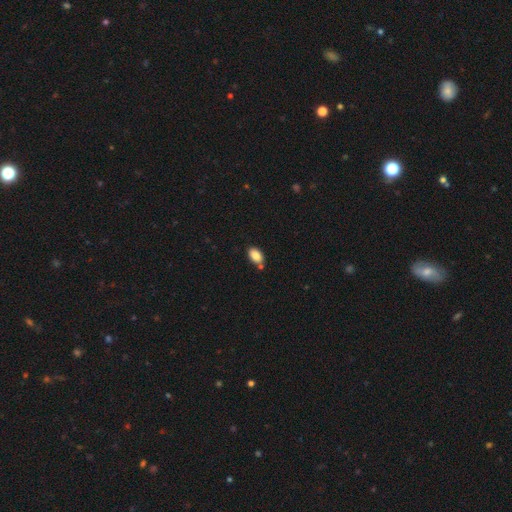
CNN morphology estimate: A smooth galaxy with no disk features (86%) that is in between round and cigar-shaped (91%). Merging: none (72%).